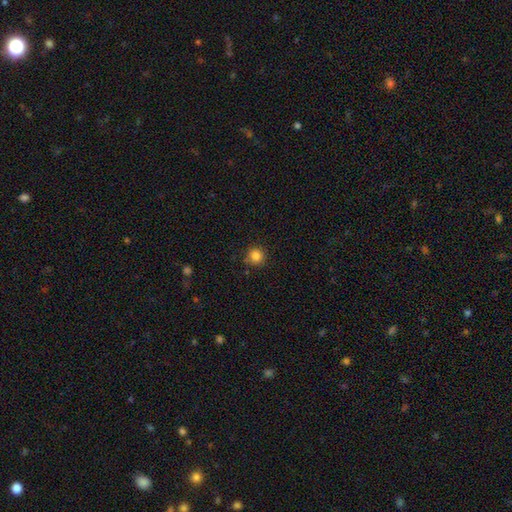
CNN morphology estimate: Smooth or featured? Predicted: smooth (p=0.84). How rounded? Predicted: round (p=0.94). Merging? Predicted: none (p=0.87).